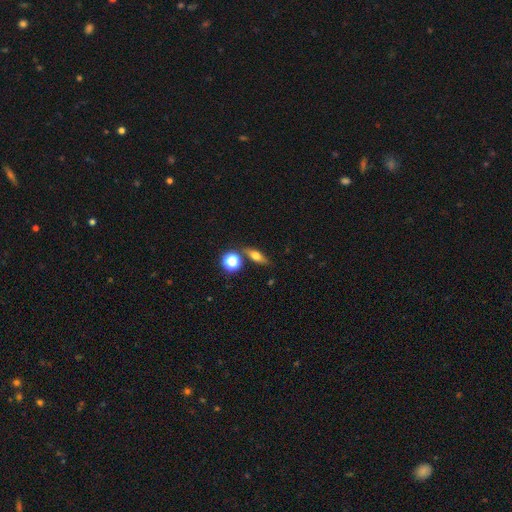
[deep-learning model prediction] A smooth galaxy with no disk features (48%). Merging: none (77%).